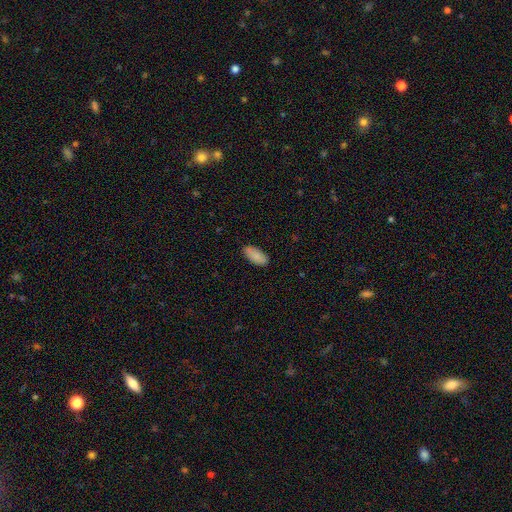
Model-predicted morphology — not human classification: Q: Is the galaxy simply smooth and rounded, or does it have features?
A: smooth — 89%.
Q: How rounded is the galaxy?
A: in between — 89%.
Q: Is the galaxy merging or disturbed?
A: none — 87%.